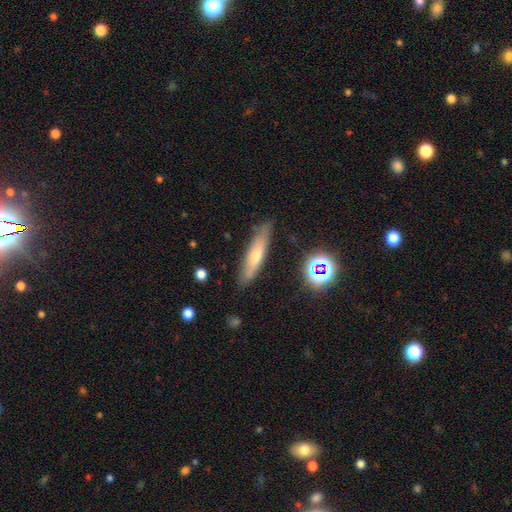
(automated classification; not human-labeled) smooth-or-featured: featured or disk: 44% | smooth: 43% | star or artifact: 13%
  merging: none: 85% | minor disturbance: 11% | major disturbance: 2% | merger: 2%